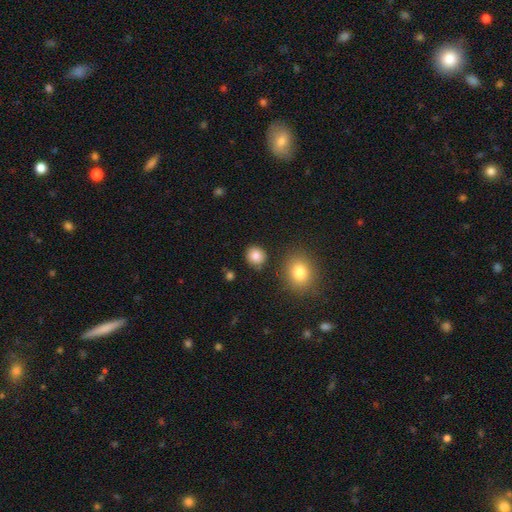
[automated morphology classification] This appears to be a smooth galaxy with no disk features (86%) that is round (82%). Merging: none (85%).